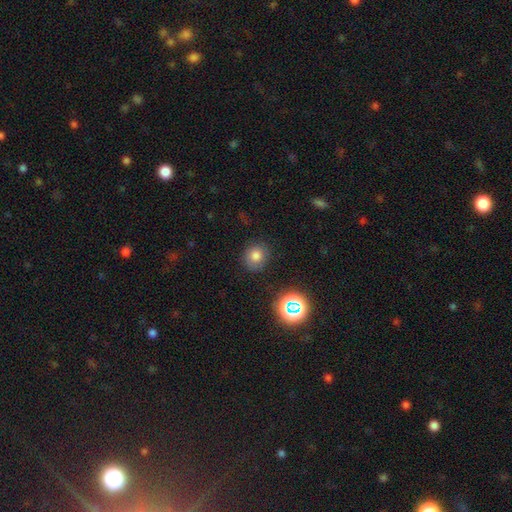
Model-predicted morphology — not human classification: smooth 75%, star or artifact 17%, featured or disk 8%. Down the decision tree: how rounded — round (75%); merging — none (84%).